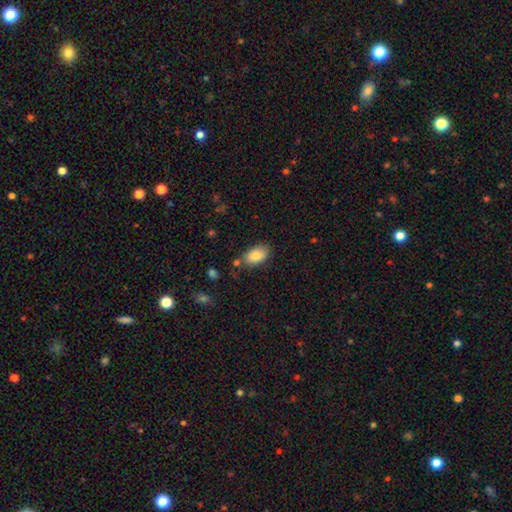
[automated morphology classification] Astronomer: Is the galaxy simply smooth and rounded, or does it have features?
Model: smooth — 84%.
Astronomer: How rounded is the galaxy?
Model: in between — 92%.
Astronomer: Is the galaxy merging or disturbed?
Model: none — 77%.